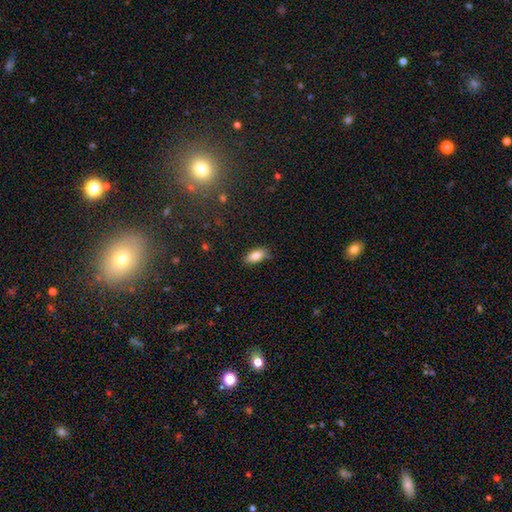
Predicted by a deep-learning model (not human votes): This is clearly a smooth galaxy (83%). How rounded: clearly in between (88%). Merging: clearly none (84%).